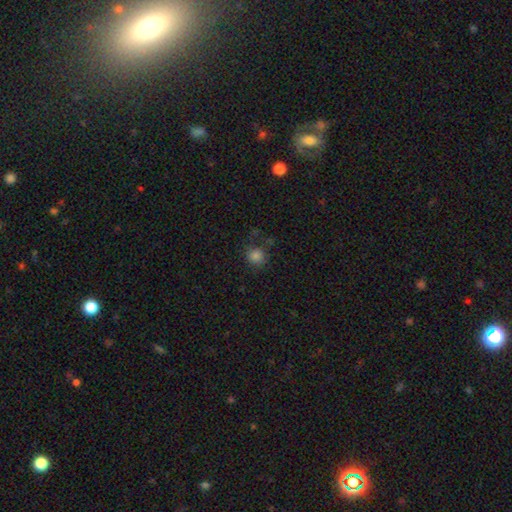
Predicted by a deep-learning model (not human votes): smooth-or-featured: smooth: 81% | star or artifact: 14% | featured or disk: 6%
  how-rounded: round: 88% | in between: 11% | cigar-shaped: 1%
  merging: none: 74% | minor disturbance: 15% | major disturbance: 7% | merger: 5%